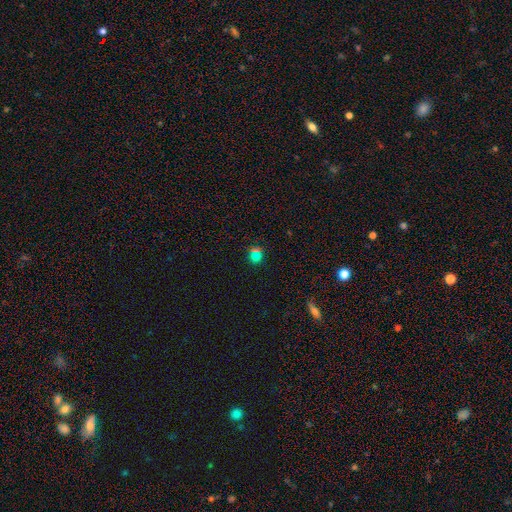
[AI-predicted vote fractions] Smooth or featured: smooth — 64% (star or artifact — 26%)
How rounded: round — 82% (in between — 17%)
Merging: none — 61% (merger — 25%)